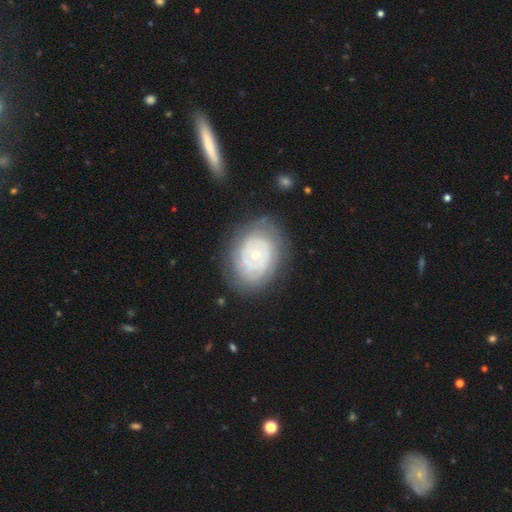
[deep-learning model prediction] This appears to be a featured or disk galaxy (68%) with no bar (81%), spiral arms (70%) and a small central bulge (71%). Merging: none (72%).